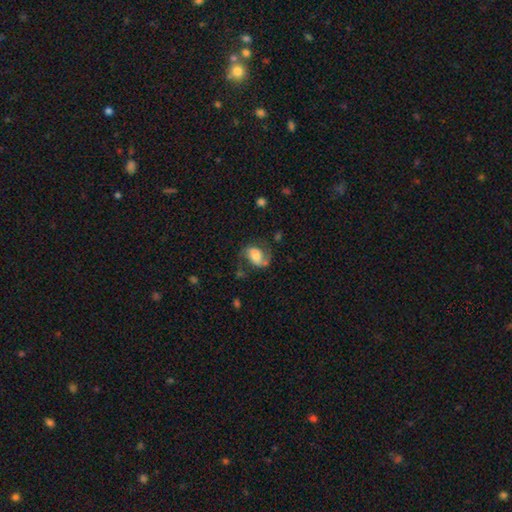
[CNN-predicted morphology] Overall: featured or disk (50%; smooth 42%). Merging: none (56%; minor disturbance 23%).